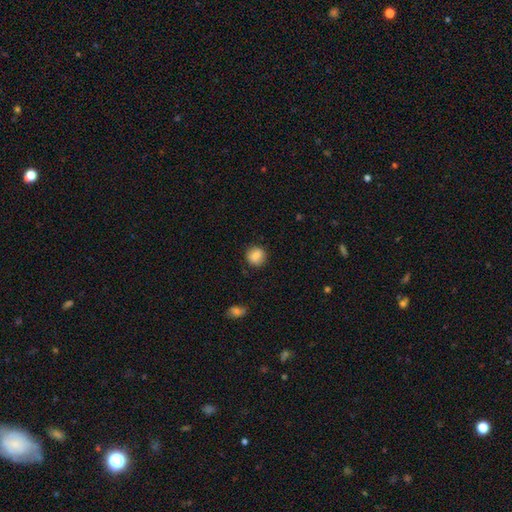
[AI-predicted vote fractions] Morphology: type=smooth (86%); roundness=round (86%); merging=none (87%).